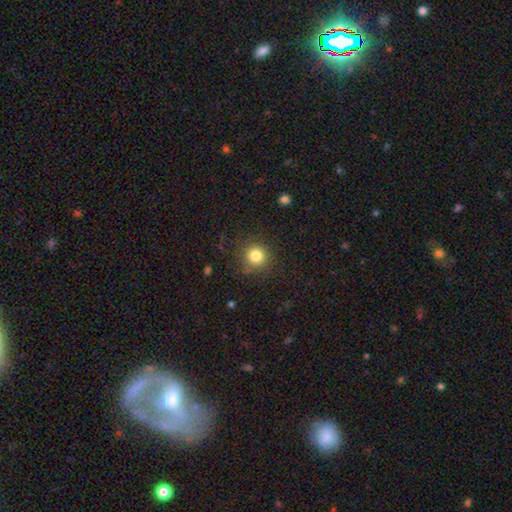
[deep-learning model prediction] A smooth galaxy with no disk features (82%) that is round (93%).

Vote fractions:
- Smooth or featured? smooth: 82% / star or artifact: 12% / featured or disk: 6%
- How rounded? round: 93% / in between: 6% / cigar-shaped: 1%
- Merging? none: 86% / minor disturbance: 9% / major disturbance: 4% / merger: 1%